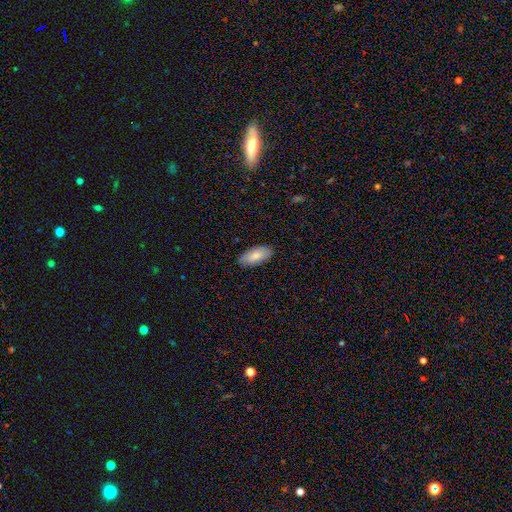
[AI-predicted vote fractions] smooth-or-featured: smooth: 82% | featured or disk: 13% | star or artifact: 5%
  how-rounded: in between: 91% | cigar-shaped: 7% | round: 2%
  merging: none: 88% | minor disturbance: 9% | major disturbance: 2% | merger: 1%